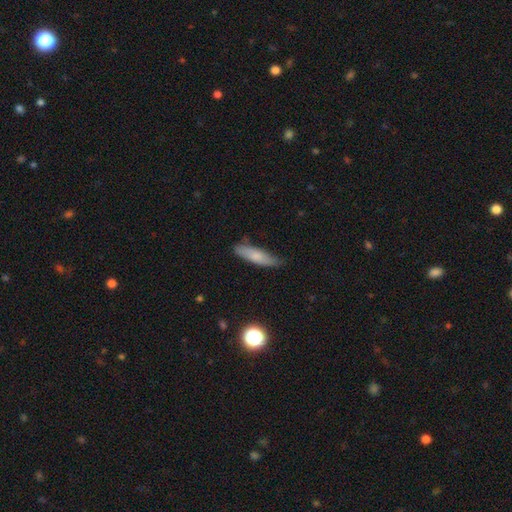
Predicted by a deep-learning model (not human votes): Smooth or featured: smooth — 73% (featured or disk — 20%)
How rounded: cigar-shaped — 69% (in between — 29%)
Merging: none — 74% (minor disturbance — 21%)